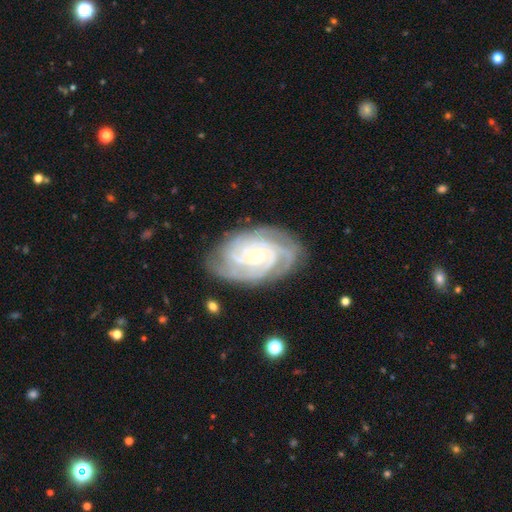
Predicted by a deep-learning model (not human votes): Morphology: type=featured or disk (90%); edge-on=no (97%); bar=no (70%); spiral arms=yes (98%); winding=tight (74%); arm count=3 (32%); bulge=small (67%); merging=none (78%).